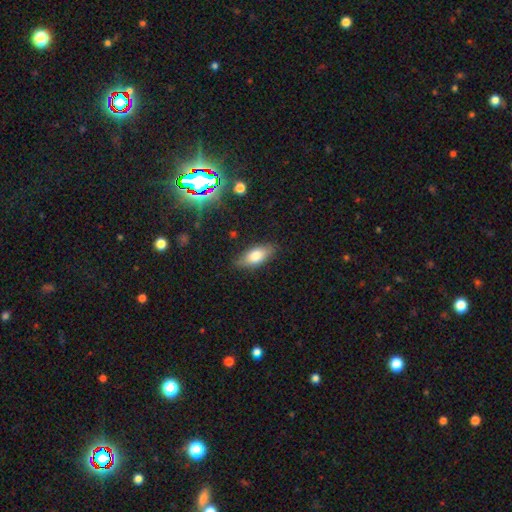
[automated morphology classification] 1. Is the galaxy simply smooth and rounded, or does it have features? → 77% smooth, 15% featured or disk, 7% star or artifact.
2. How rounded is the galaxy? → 82% in between, 15% cigar-shaped, 3% round.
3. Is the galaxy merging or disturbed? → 82% none, 14% minor disturbance, 3% major disturbance, 1% merger.